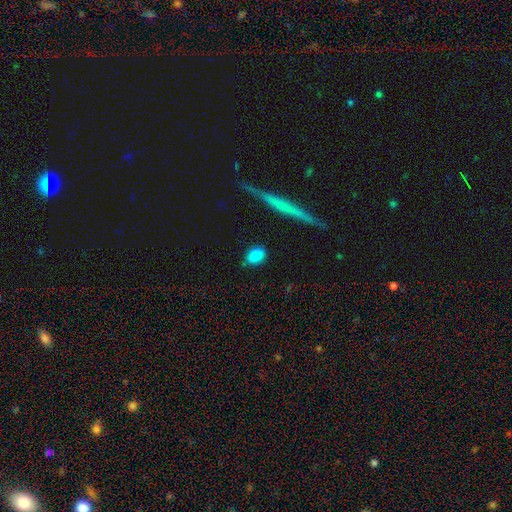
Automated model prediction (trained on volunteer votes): Smooth or featured? smooth (86%)
How rounded? in between (72%)
Merging? none (79%)